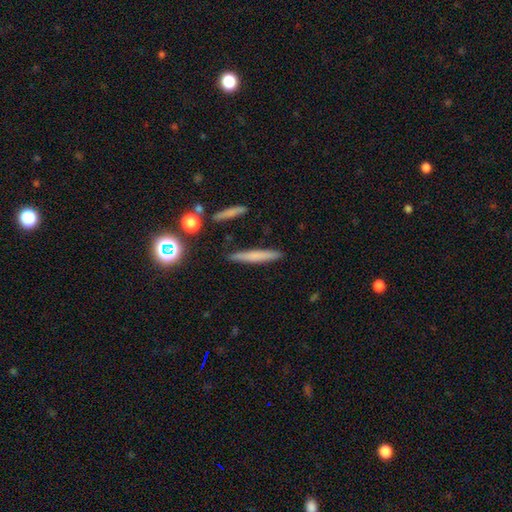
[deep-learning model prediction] Smooth or featured? Predicted: smooth (p=0.67). How rounded? Predicted: cigar-shaped (p=0.92). Merging? Predicted: none (p=0.88).